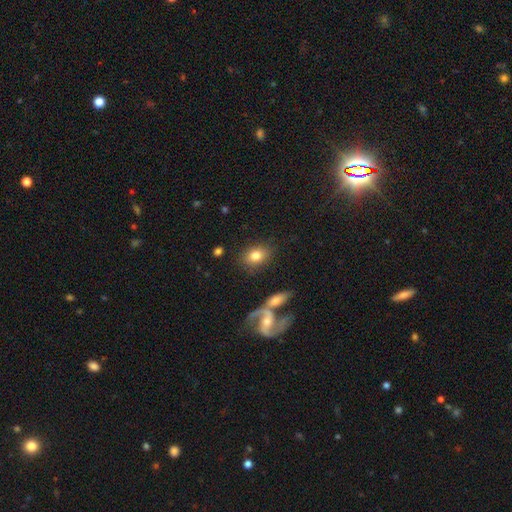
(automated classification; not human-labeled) smooth-or-featured: smooth: 76% | featured or disk: 17% | star or artifact: 7%
  how-rounded: in between: 71% | round: 27% | cigar-shaped: 2%
  merging: none: 76% | minor disturbance: 11% | merger: 7% | major disturbance: 5%